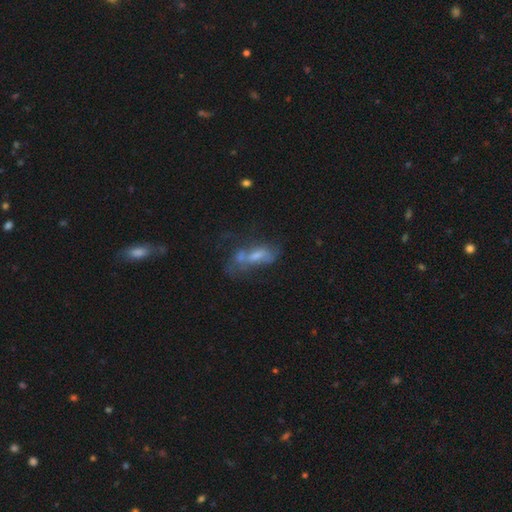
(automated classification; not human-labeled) Smooth or featured? Predicted: featured or disk (p=0.48). Merging? Predicted: merger (p=0.32).